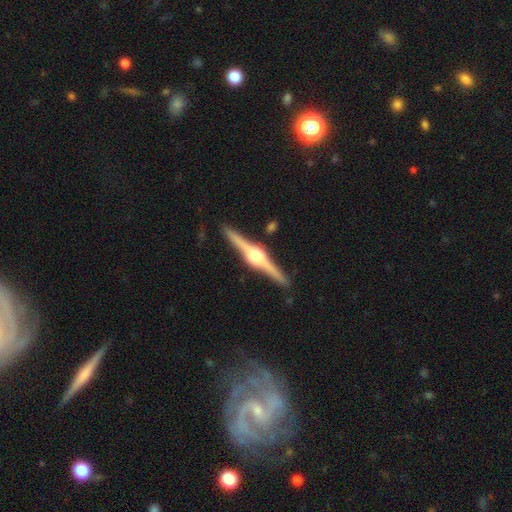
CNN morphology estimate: A featured or disk galaxy (88%) viewed edge-on (98%) with a rounded central bulge (89%). Merging: none (90%).